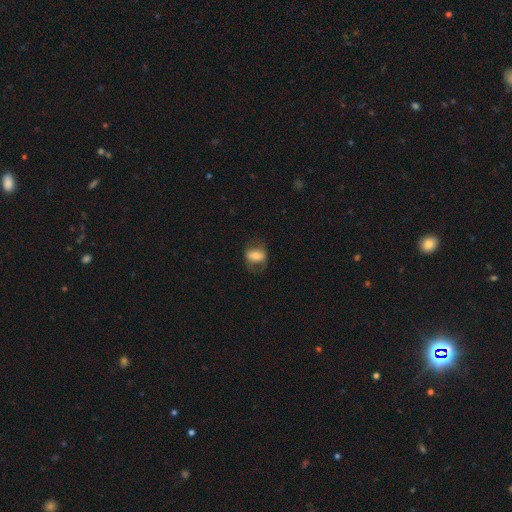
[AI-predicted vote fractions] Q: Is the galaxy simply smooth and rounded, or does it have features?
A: smooth — 60%.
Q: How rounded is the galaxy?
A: in between — 74%.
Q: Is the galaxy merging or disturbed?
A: none — 64%.